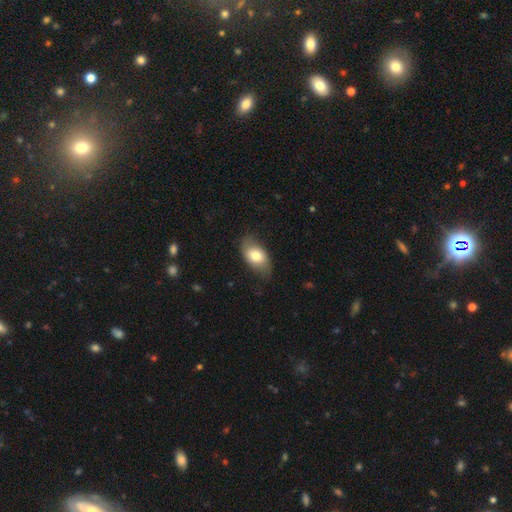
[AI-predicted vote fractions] A smooth galaxy with no disk features (73%) that is in between round and cigar-shaped (90%). Merging: none (70%).